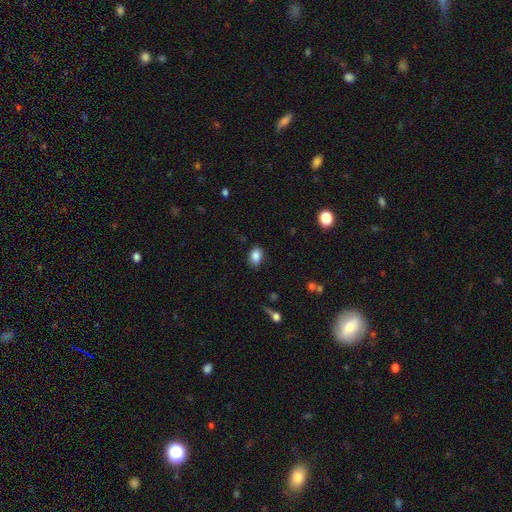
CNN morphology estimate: smooth 86%, star or artifact 8%, featured or disk 5%. Down the decision tree: how rounded — in between (79%); merging — none (82%).